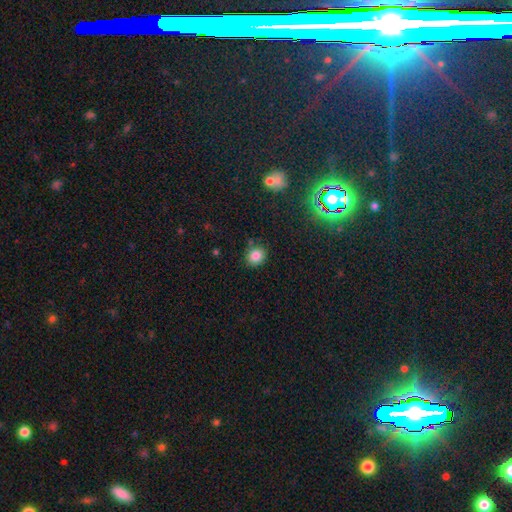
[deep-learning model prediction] Morphology: type=smooth (83%); roundness=round (68%); merging=none (83%).